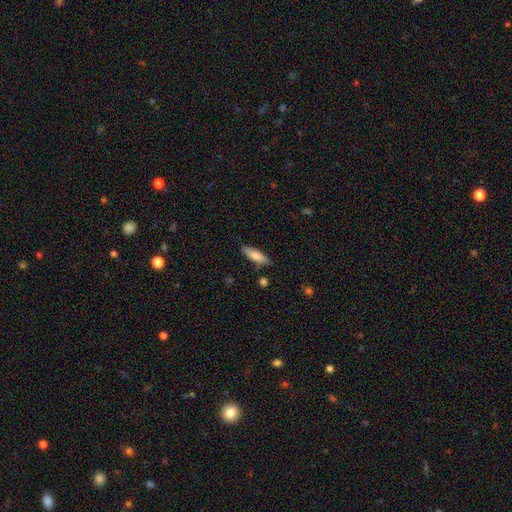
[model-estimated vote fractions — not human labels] Smooth or featured?
  - smooth: 78% *
  - featured or disk: 16%
  - star or artifact: 6%
How rounded?
  - cigar-shaped: 54% *
  - in between: 44%
  - round: 2%
Merging?
  - none: 82% *
  - minor disturbance: 13%
  - merger: 3%
  - major disturbance: 2%